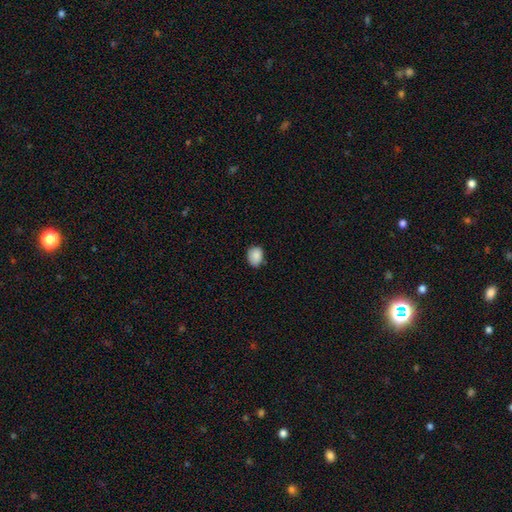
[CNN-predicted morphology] A smooth galaxy with no disk features (88%) that is in between round and cigar-shaped (54%). Merging: none (74%).